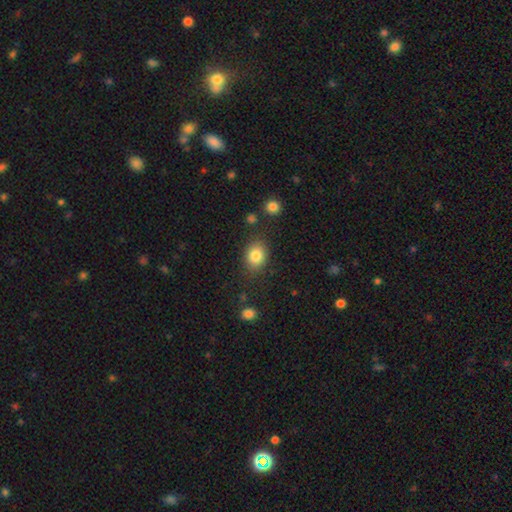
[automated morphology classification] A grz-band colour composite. It shows a smooth galaxy with no disk features (84%) that is in between round and cigar-shaped (50%). Merging: none (81%).